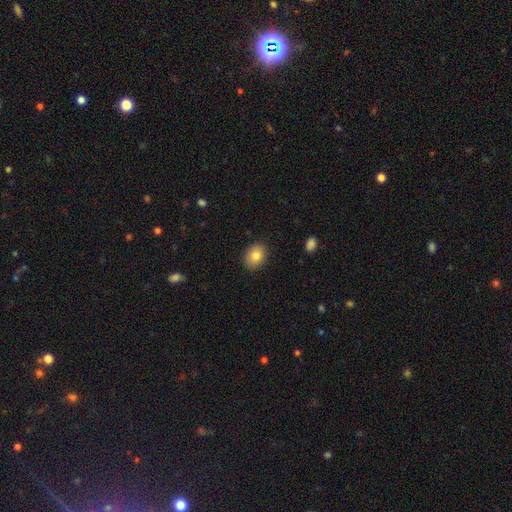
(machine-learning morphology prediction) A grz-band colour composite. It shows a smooth galaxy with no disk features (82%) that is in between round and cigar-shaped (63%). Merging: none (88%).